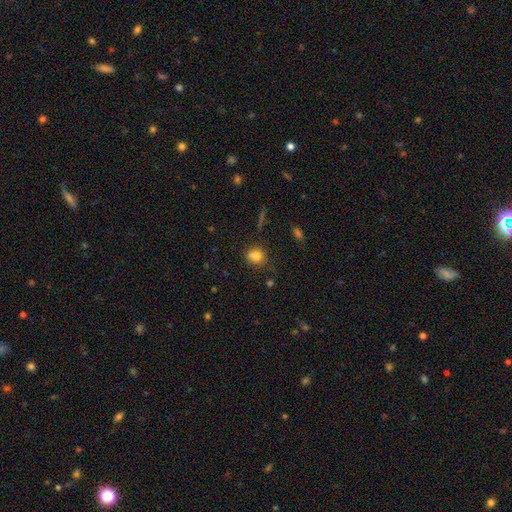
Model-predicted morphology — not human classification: Smooth or featured? smooth (79%)
How rounded? round (65%)
Merging? none (64%)